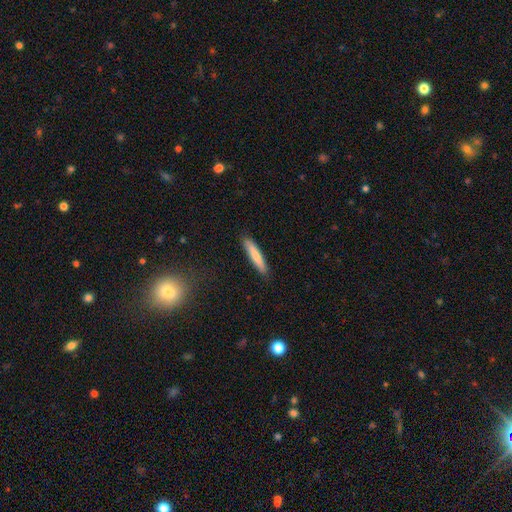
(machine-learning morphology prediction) The model was most divided on "smooth or featured": smooth: 74%, featured or disk: 20%, star or artifact: 6%. More confident: how rounded — cigar-shaped (90%); merging — none (89%).